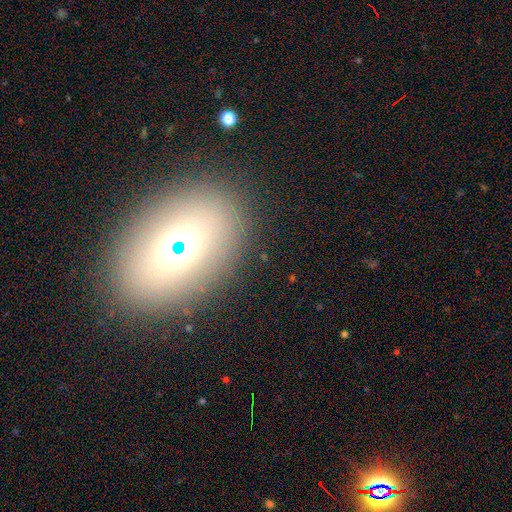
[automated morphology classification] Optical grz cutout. It shows a smooth galaxy with no disk features (47%). Merging: none (85%).